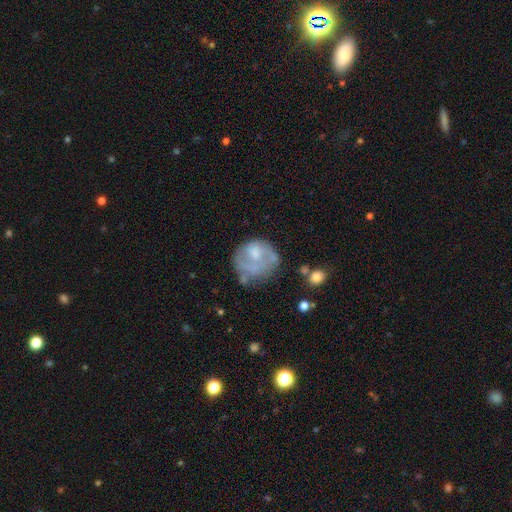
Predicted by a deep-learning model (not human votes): Smooth or featured?
  - featured or disk: 46% *
  - smooth: 45%
  - star or artifact: 9%
Merging?
  - none: 43% *
  - minor disturbance: 26%
  - major disturbance: 23%
  - merger: 7%